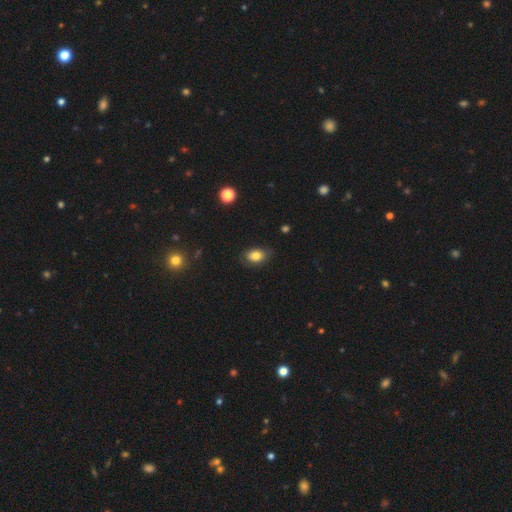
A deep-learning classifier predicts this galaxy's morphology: This appears to be a smooth galaxy with no disk features (81%) that is in between round and cigar-shaped (81%). Merging: none (78%).